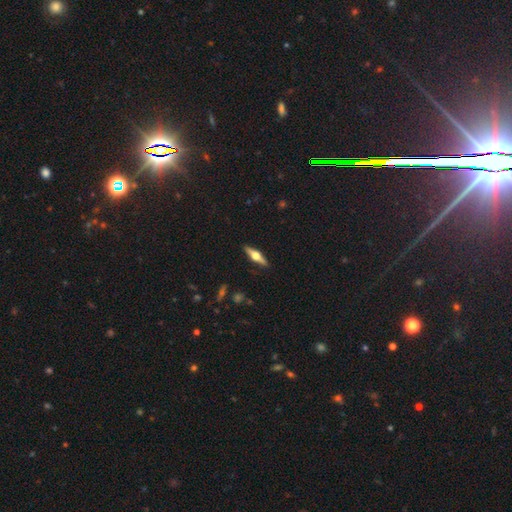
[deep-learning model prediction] Smooth or featured? Predicted: featured or disk (p=0.67). Edge-on disk? Predicted: yes (p=0.96). Edge-on bulge? Predicted: rounded (p=0.95). Merging? Predicted: none (p=0.90).